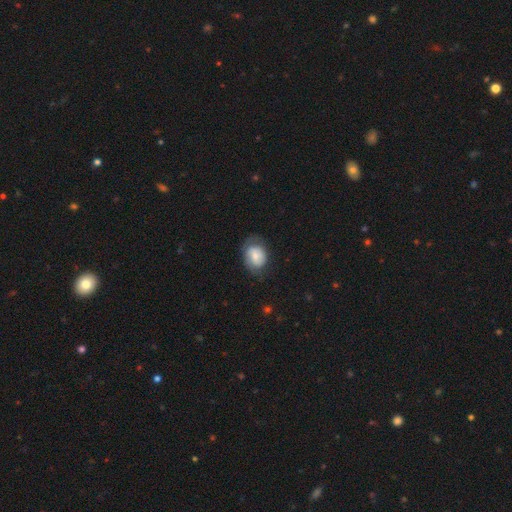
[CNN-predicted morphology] This appears to be a smooth galaxy with no disk features (60%) that is in between round and cigar-shaped (61%). Merging: none (60%).